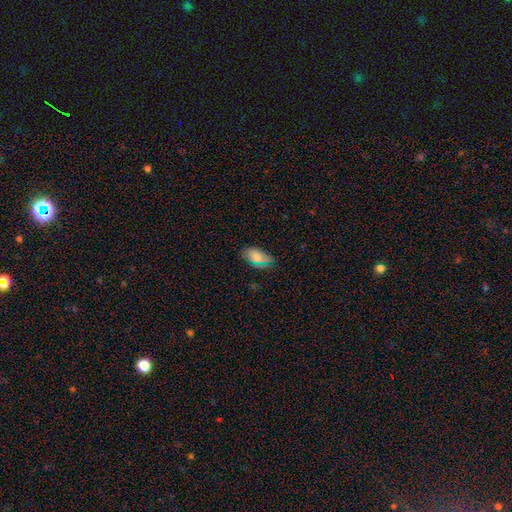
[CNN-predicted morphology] A smooth galaxy with no disk features (61%) that is in between round and cigar-shaped (90%).

Vote fractions:
- Smooth or featured? smooth: 61% / featured or disk: 19% / star or artifact: 19%
- How rounded? in between: 90% / round: 6% / cigar-shaped: 4%
- Merging? none: 75% / minor disturbance: 19% / major disturbance: 5% / merger: 2%